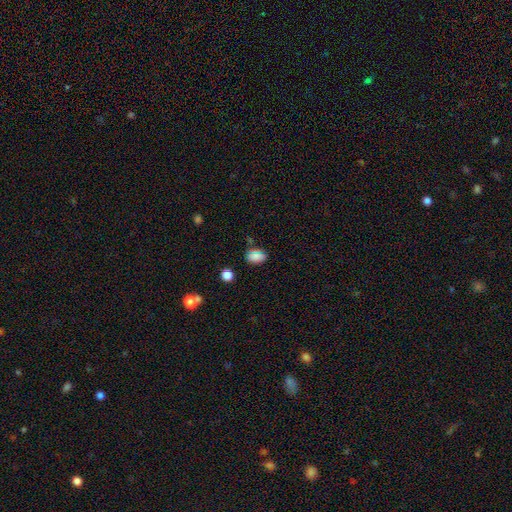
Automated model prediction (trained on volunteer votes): Morphology: type=smooth (73%); roundness=in between (78%); merging=none (79%).